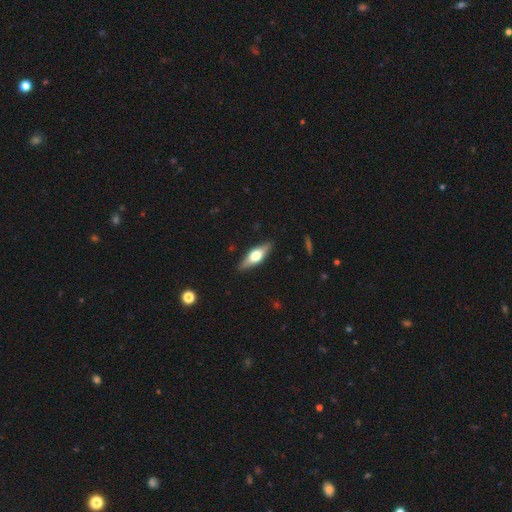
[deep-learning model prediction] The model was most divided on "smooth or featured": featured or disk: 55%, smooth: 39%, star or artifact: 6%. More confident: edge-on bulge — rounded (94%); edge-on disk — yes (92%); merging — none (88%).